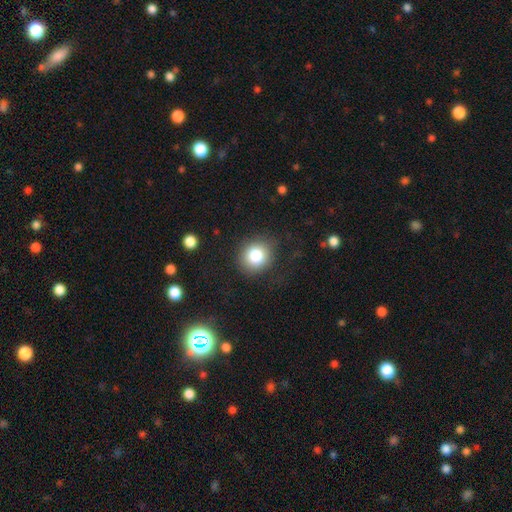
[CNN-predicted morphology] A smooth galaxy with no disk features (82%) that is round (84%).

Vote fractions:
- Smooth or featured? smooth: 82% / star or artifact: 10% / featured or disk: 8%
- How rounded? round: 84% / in between: 15% / cigar-shaped: 1%
- Merging? none: 84% / minor disturbance: 10% / major disturbance: 5% / merger: 1%